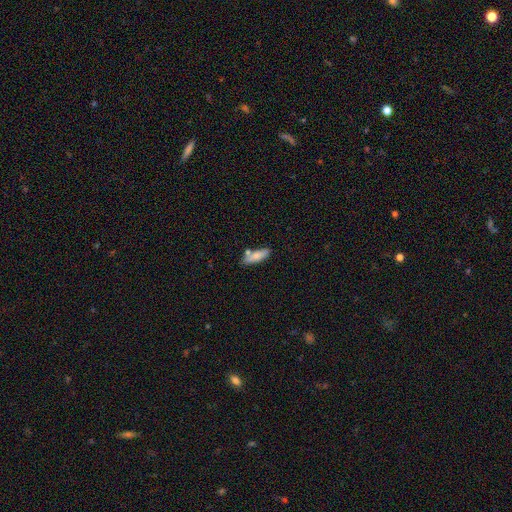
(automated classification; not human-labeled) A smooth galaxy with no disk features (77%) that is cigar-shaped (53%). Merging: none (67%).